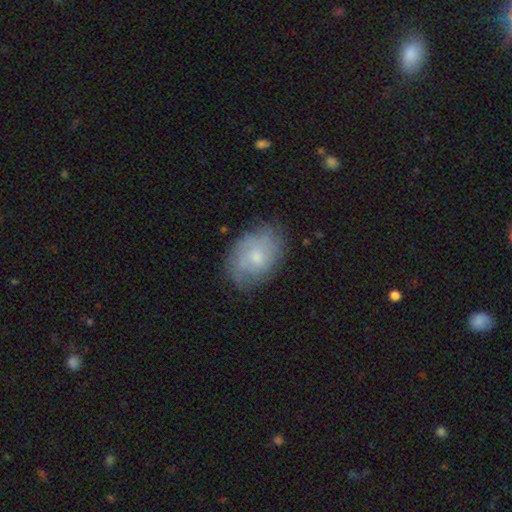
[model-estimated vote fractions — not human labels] A smooth galaxy with no disk features (52%) that is in between round and cigar-shaped (80%). Merging: none (70%).